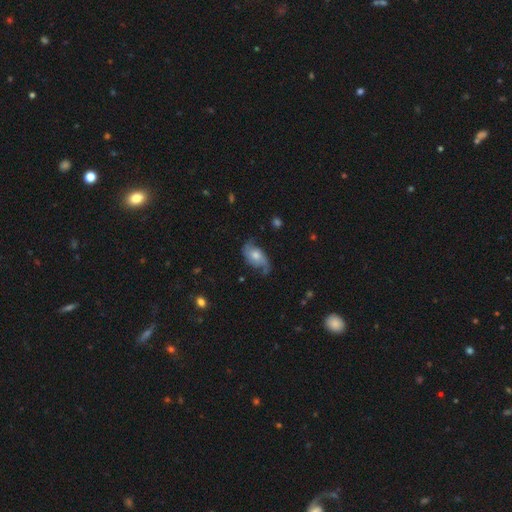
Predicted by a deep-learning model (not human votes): A featured or disk galaxy (64%) with no bar (71%), 2 (83%) loose (57%) spiral arms (89%) and a moderate central bulge (57%).

Vote fractions:
- Smooth or featured? featured or disk: 64% / smooth: 28% / star or artifact: 7%
- Edge-on disk? no: 95% / yes: 5%
- Bar? no: 71% / weak: 24% / strong: 5%
- Spiral arms? yes: 89% / no: 11%
- Spiral winding? loose: 57% / medium: 30% / tight: 12%
- Spiral arm count? 2: 83% / can't tell: 7% / 1: 6% / 3: 2% / 4: 1% / more than 4: 1%
- Bulge size? moderate: 57% / small: 28% / large: 9% / none: 4% / dominant: 2%
- Merging? none: 58% / minor disturbance: 27% / major disturbance: 13% / merger: 2%